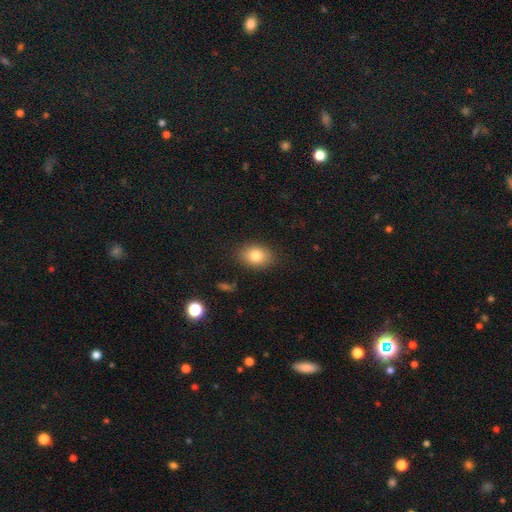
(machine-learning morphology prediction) type=smooth (81%); roundness=in between (73%); merging=none (86%).